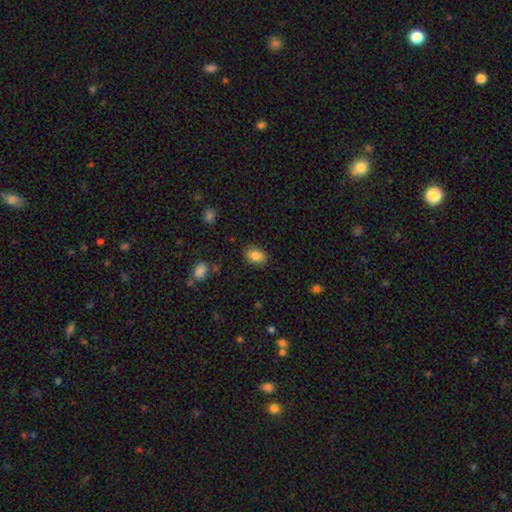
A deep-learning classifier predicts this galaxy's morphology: Overall: smooth (84%). How rounded: in between (85%). Merging: none (83%).